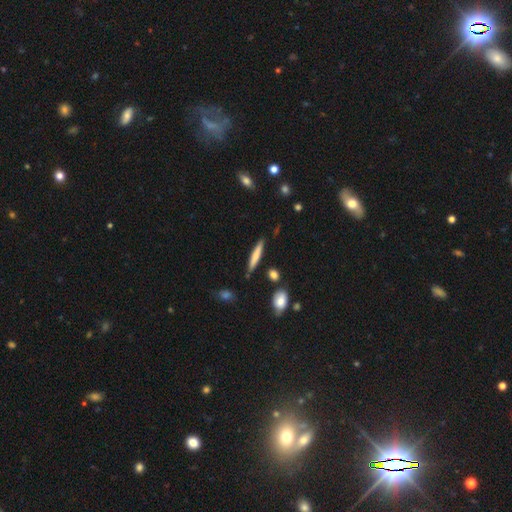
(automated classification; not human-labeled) Q: Smooth or featured?
A: smooth (69%); runner-up: featured or disk (25%)
Q: How rounded?
A: cigar-shaped (91%); runner-up: in between (8%)
Q: Merging?
A: none (84%); runner-up: minor disturbance (11%)